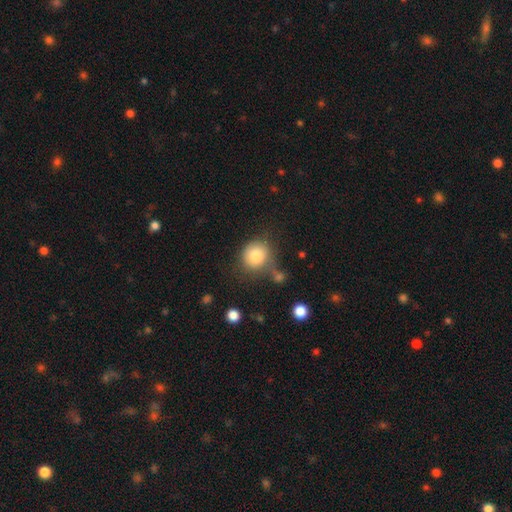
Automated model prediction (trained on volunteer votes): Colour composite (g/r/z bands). It shows a smooth galaxy with no disk features (81%) that is round (85%). Merging: none (63%).